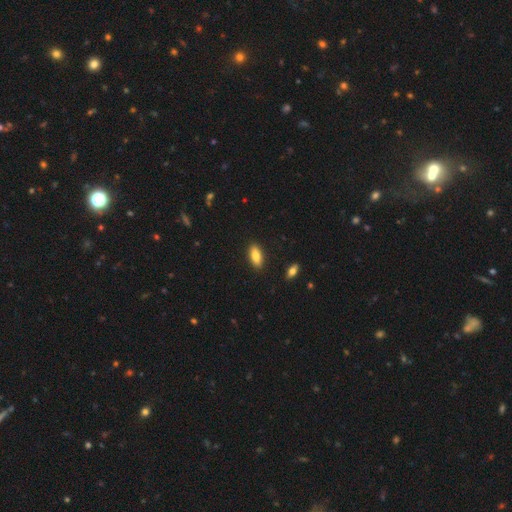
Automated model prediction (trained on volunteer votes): Smooth or featured?
  - smooth: 84% *
  - featured or disk: 9%
  - star or artifact: 7%
How rounded?
  - in between: 80% *
  - cigar-shaped: 18%
  - round: 2%
Merging?
  - none: 89% *
  - minor disturbance: 8%
  - major disturbance: 2%
  - merger: 1%